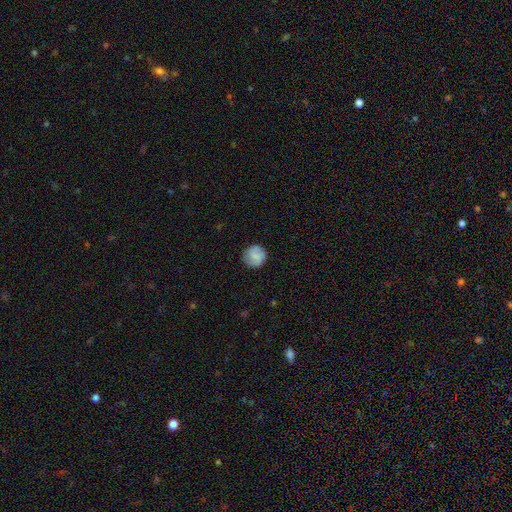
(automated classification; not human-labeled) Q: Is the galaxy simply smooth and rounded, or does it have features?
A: smooth — 71%.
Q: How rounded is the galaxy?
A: round — 92%.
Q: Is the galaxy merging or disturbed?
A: none — 85%.